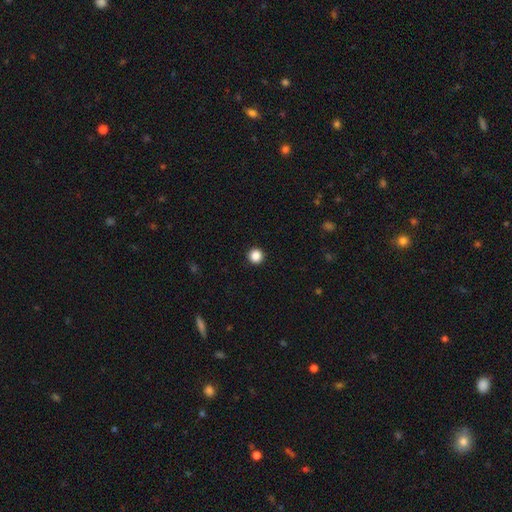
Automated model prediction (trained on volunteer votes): This appears to be a smooth galaxy with no disk features (86%) that is round (96%). Merging: none (94%).